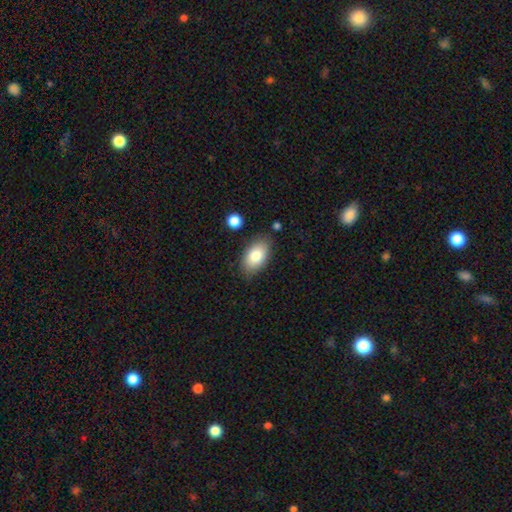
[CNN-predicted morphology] Smooth or featured: smooth — 82% (featured or disk — 12%)
How rounded: in between — 93% (round — 5%)
Merging: none — 81% (minor disturbance — 13%)